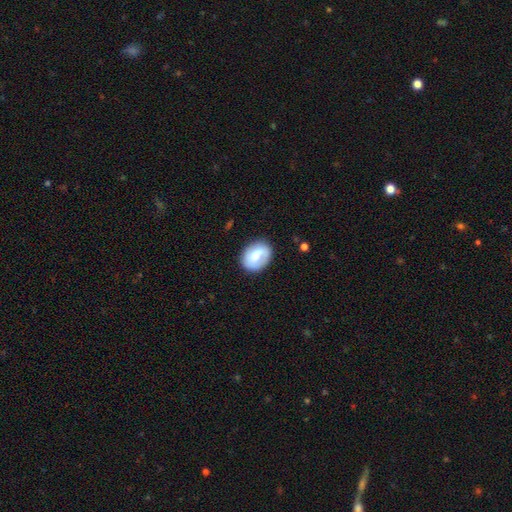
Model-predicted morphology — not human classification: Smooth or featured? Predicted: smooth (p=0.60). How rounded? Predicted: in between (p=0.58). Merging? Predicted: none (p=0.76).